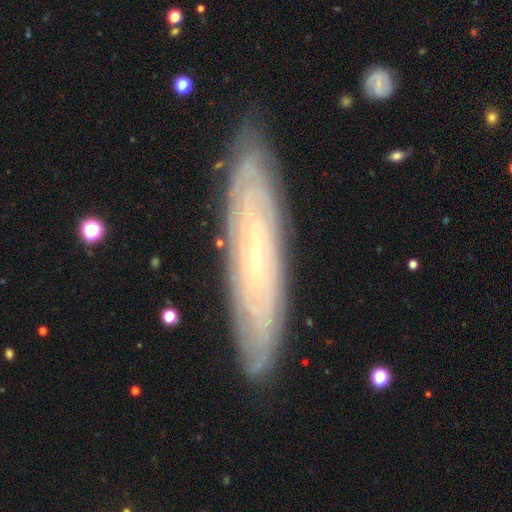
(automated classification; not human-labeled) smooth-or-featured: featured or disk: 77% | smooth: 16% | star or artifact: 7%
  disk-edge-on: no: 68% | yes: 32%
    bar: no: 70% | weak: 22% | strong: 7%
    has-spiral-arms: yes: 90% | no: 10%
    bulge-size: small: 87% | moderate: 9% | none: 2% | large: 1% | dominant: 1%
  merging: none: 86% | minor disturbance: 11% | major disturbance: 2% | merger: 1%